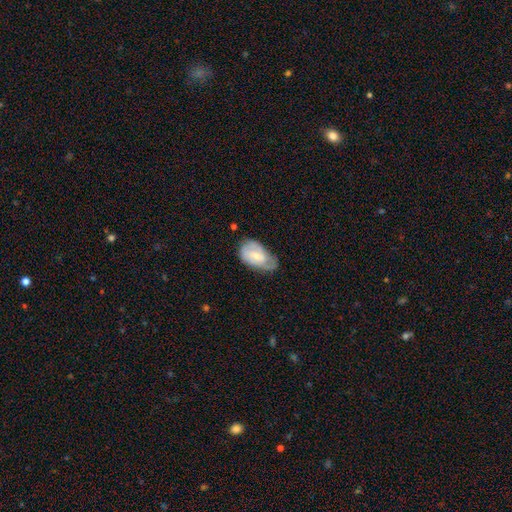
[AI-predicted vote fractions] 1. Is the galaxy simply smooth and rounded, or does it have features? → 55% featured or disk, 39% smooth, 6% star or artifact.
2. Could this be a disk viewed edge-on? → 96% no, 4% yes.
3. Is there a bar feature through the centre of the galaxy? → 48% no, 43% weak, 9% strong.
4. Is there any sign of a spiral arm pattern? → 78% yes, 22% no.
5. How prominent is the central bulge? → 58% small, 35% moderate, 4% none, 2% large, 1% dominant.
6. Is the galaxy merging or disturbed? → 45% none, 38% minor disturbance, 15% major disturbance, 2% merger.